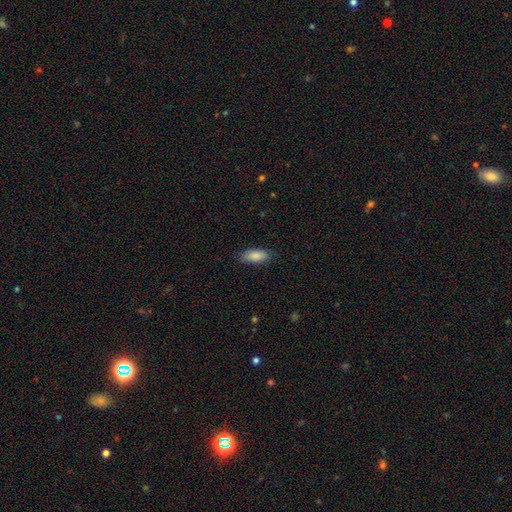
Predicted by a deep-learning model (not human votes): Q: Smooth or featured?
A: smooth (87%); runner-up: featured or disk (6%)
Q: How rounded?
A: in between (85%); runner-up: cigar-shaped (13%)
Q: Merging?
A: none (85%); runner-up: minor disturbance (11%)